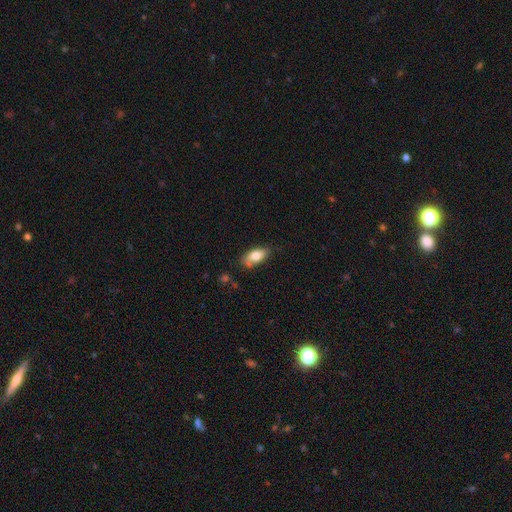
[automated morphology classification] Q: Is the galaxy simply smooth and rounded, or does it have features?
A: smooth — 78%.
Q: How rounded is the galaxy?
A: in between — 88%.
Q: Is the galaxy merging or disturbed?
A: none — 62%.